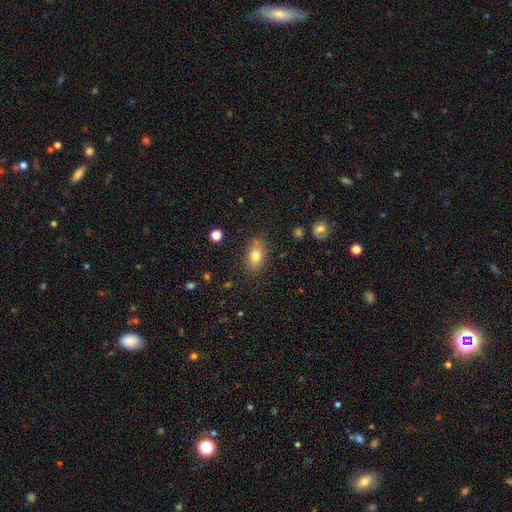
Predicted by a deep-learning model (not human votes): Morphology: type=smooth (77%); roundness=in between (86%); merging=none (83%).